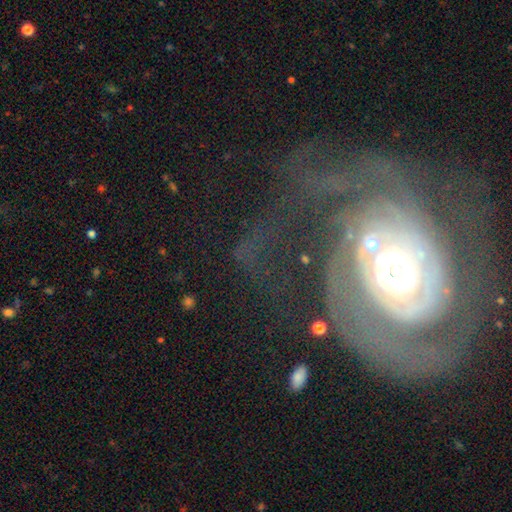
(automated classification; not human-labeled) This is clearly a featured or disk galaxy (86%). It is clearly not viewed edge-on (97%). Bar: possibly no (59%). Spiral arm pattern: clearly yes (92%). Spiral arm count: marginally 2 (36%). Spiral winding: likely tight (62%). Central bulge: possibly moderate (55%). Merging: possibly none (52%).